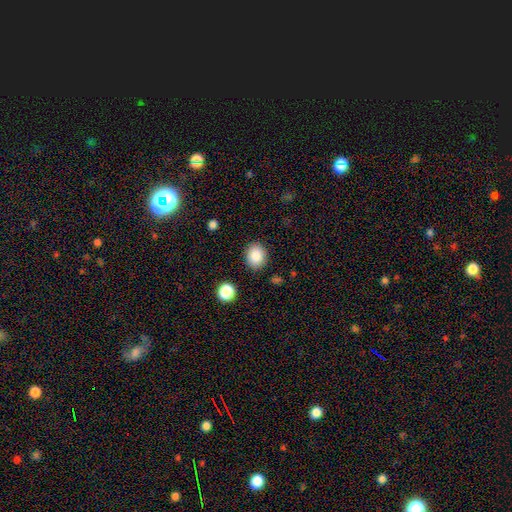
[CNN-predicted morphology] smooth_or_featured: smooth (p=0.87) [alt: star or artifact p=0.09]
how_rounded: round (p=0.60) [alt: in between p=0.39]
merging: none (p=0.87) [alt: minor disturbance p=0.09]